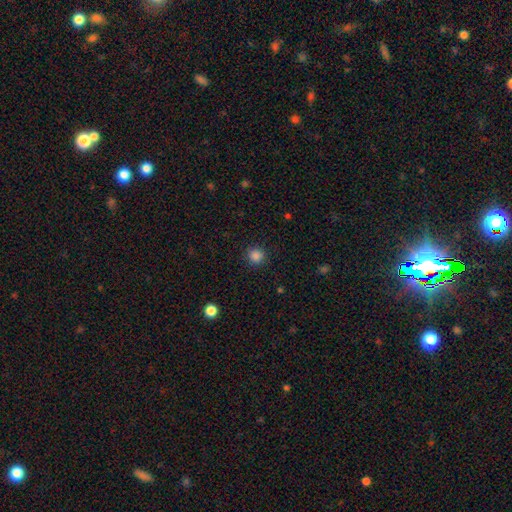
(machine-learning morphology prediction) smooth 85%, star or artifact 12%, featured or disk 3%. Down the decision tree: how rounded — round (93%); merging — none (90%).